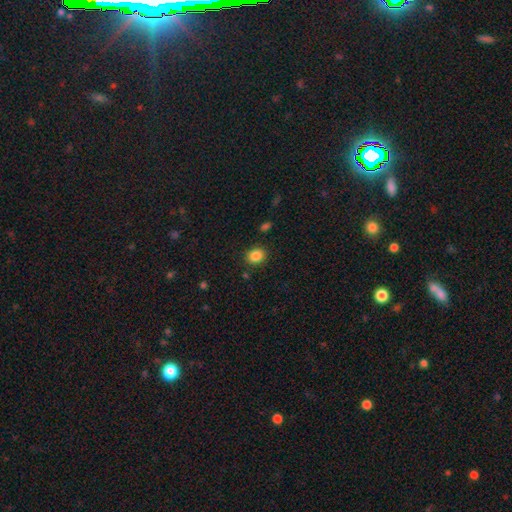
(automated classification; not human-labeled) smooth-or-featured: smooth: 85% | star or artifact: 10% | featured or disk: 4%
  how-rounded: round: 57% | in between: 42% | cigar-shaped: 1%
  merging: none: 87% | minor disturbance: 9% | major disturbance: 3% | merger: 2%